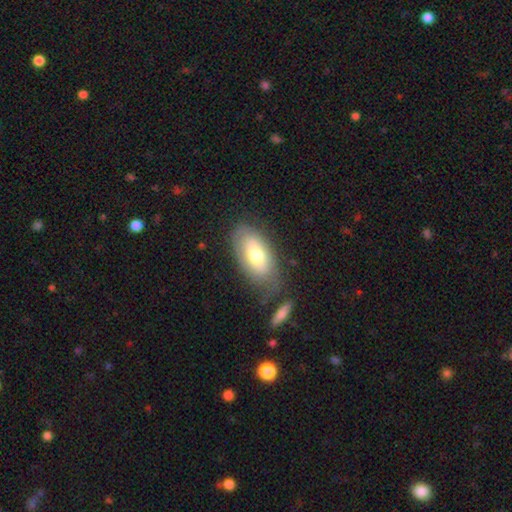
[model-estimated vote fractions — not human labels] Smooth or featured? Predicted: smooth (p=0.66). How rounded? Predicted: in between (p=0.90). Merging? Predicted: none (p=0.67).